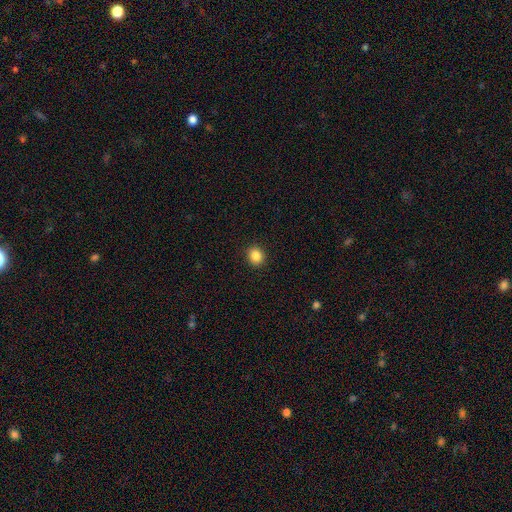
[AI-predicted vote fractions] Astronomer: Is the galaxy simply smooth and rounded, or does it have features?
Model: smooth — 86%.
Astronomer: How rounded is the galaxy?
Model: round — 77%.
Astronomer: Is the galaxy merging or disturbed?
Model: none — 92%.